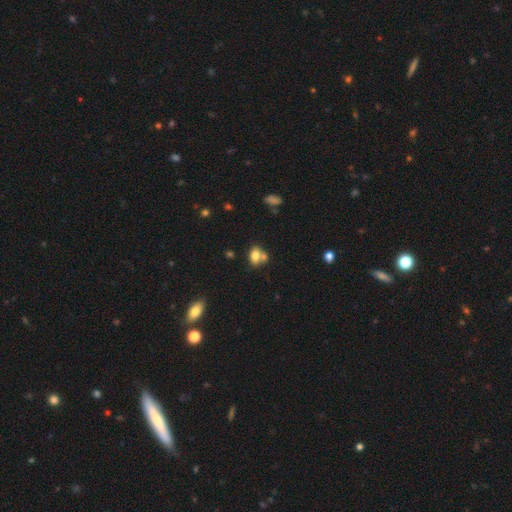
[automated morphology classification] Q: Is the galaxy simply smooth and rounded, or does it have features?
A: smooth — 77%.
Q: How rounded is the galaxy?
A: in between — 69%.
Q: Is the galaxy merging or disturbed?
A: none — 43%.